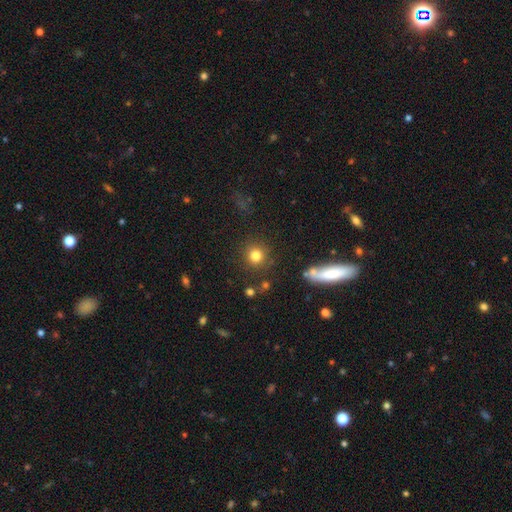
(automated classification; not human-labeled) The model was most divided on "smooth or featured": smooth: 81%, star or artifact: 13%, featured or disk: 7%. More confident: how rounded — round (91%); merging — none (84%).